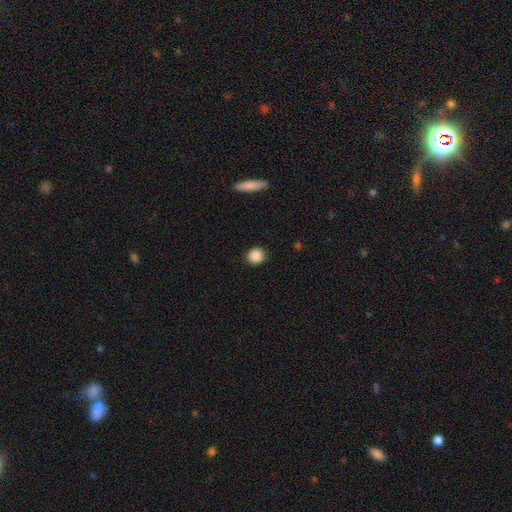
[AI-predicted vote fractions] smooth 88%, star or artifact 9%, featured or disk 3%. Down the decision tree: how rounded — round (90%); merging — none (89%).